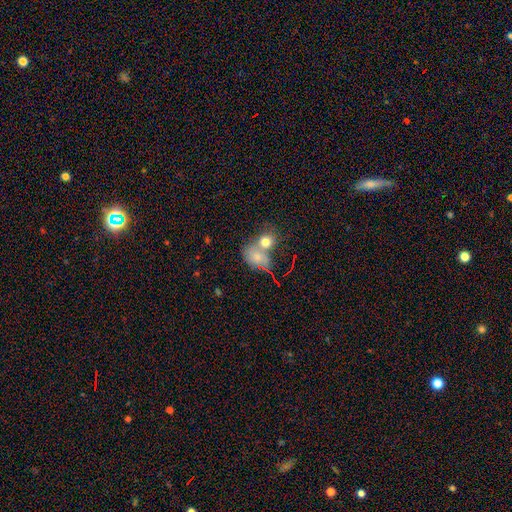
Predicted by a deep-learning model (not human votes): Overall: smooth (56%; featured or disk 29%). How rounded: round (49%, tied with in between). Merging: merger (51%; none 29%).